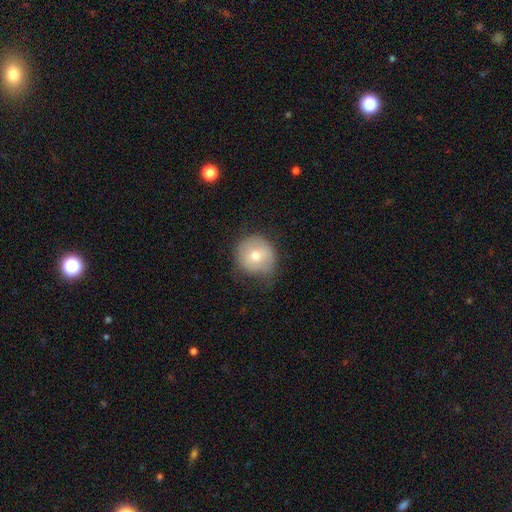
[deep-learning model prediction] smooth_or_featured: smooth (p=0.70) [alt: featured or disk p=0.22]
how_rounded: round (p=0.89) [alt: in between p=0.10]
merging: none (p=0.59) [alt: minor disturbance p=0.29]